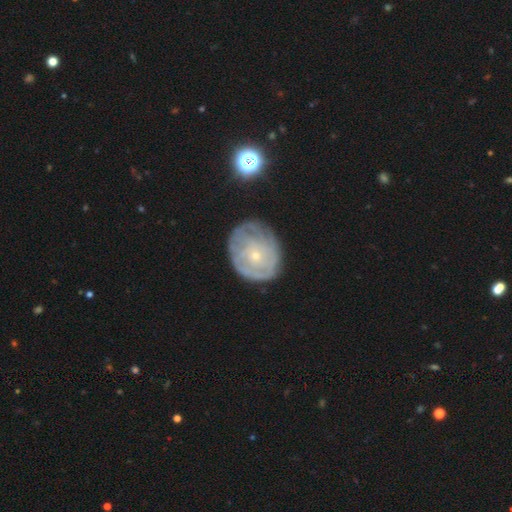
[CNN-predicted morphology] Overall: featured or disk (67%). Edge-on disk: no (97%). Bar: no (86%). Spiral arms: yes (69%; no 31%). Bulge size: small (83%). Merging: none (66%).